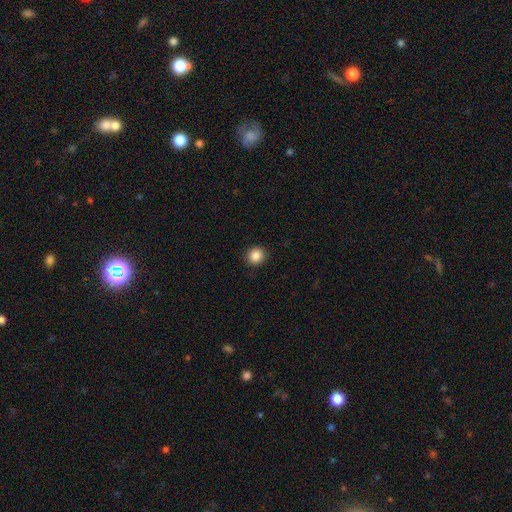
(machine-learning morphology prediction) Smooth or featured? smooth (86%)
How rounded? round (84%)
Merging? none (91%)